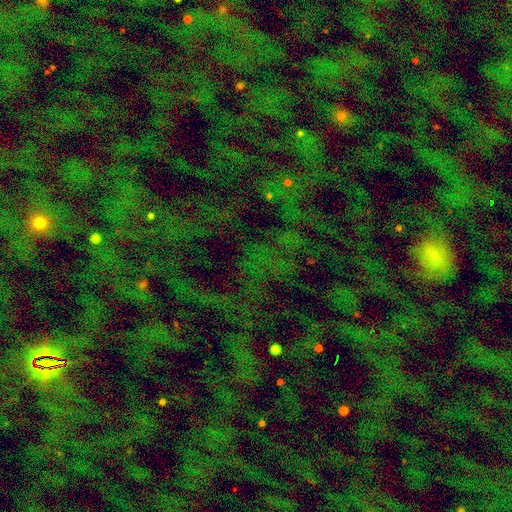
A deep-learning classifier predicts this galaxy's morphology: The model was most divided on "smooth or featured": star or artifact: 71%, smooth: 19%, featured or disk: 10%.